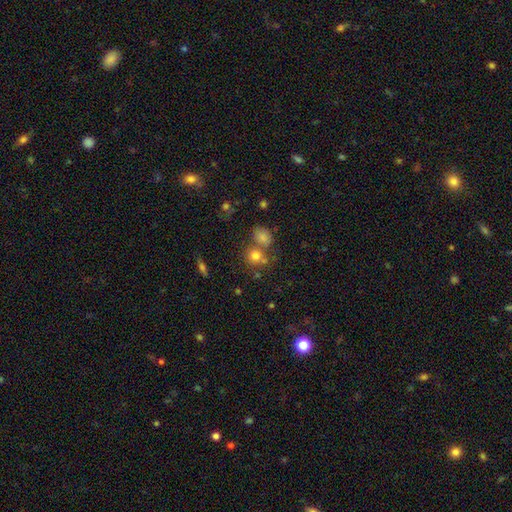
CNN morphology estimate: Smooth or featured? smooth (76%)
How rounded? round (77%)
Merging? none (53%)